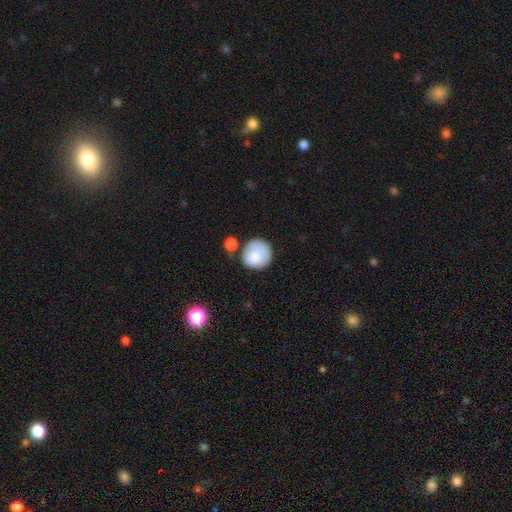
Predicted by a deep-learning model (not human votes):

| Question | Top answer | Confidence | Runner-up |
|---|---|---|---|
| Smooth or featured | smooth | 81% | featured or disk (12%) |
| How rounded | round | 89% | in between (10%) |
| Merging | none | 60% | minor disturbance (21%) |